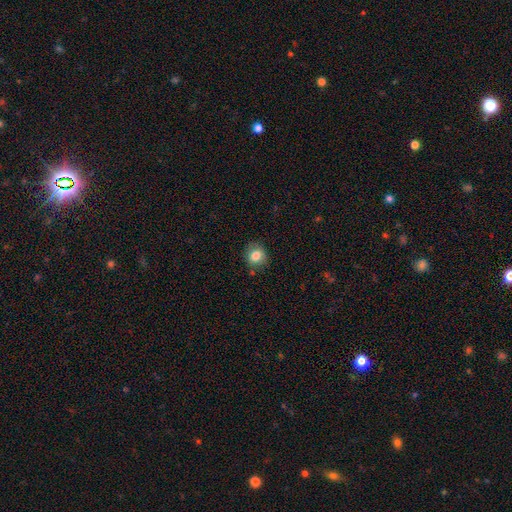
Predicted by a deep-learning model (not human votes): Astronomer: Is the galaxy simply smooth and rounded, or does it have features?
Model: smooth — 82%.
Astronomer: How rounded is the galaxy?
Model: round — 77%.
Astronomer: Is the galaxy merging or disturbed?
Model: none — 81%.